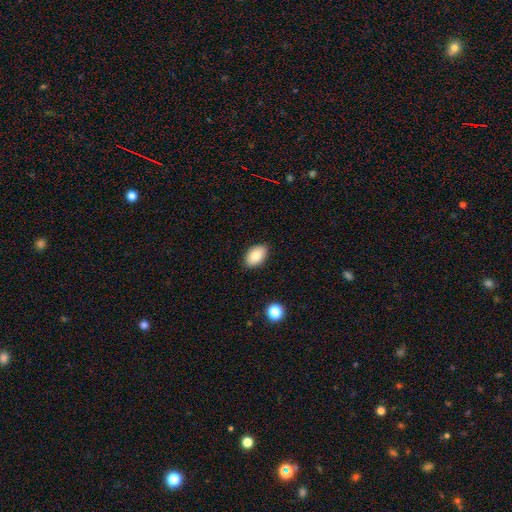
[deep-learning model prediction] smooth-or-featured: smooth: 86% | star or artifact: 7% | featured or disk: 6%
  how-rounded: in between: 92% | round: 6% | cigar-shaped: 1%
  merging: none: 88% | minor disturbance: 9% | major disturbance: 2% | merger: 1%